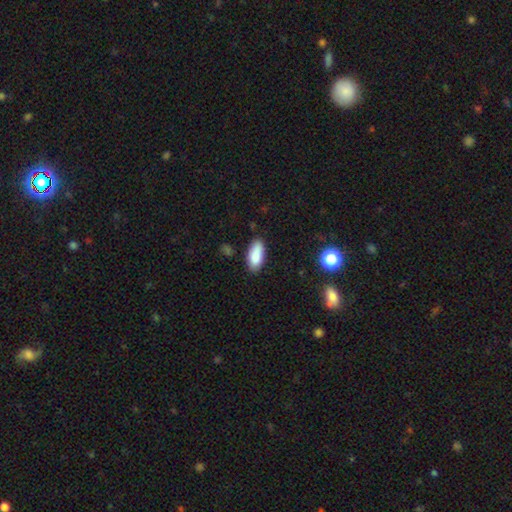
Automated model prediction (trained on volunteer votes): Q: Smooth or featured?
A: smooth (85%); runner-up: star or artifact (8%)
Q: How rounded?
A: in between (86%); runner-up: cigar-shaped (12%)
Q: Merging?
A: none (77%); runner-up: minor disturbance (17%)